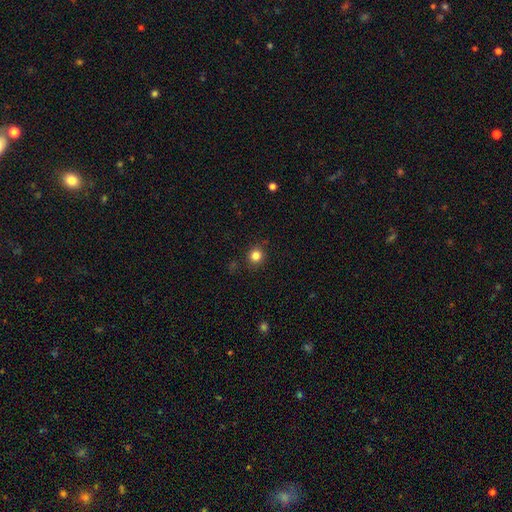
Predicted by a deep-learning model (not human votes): smooth-or-featured: smooth: 83% | star or artifact: 12% | featured or disk: 4%
  how-rounded: round: 91% | in between: 8% | cigar-shaped: 1%
  merging: none: 89% | minor disturbance: 7% | major disturbance: 2% | merger: 2%